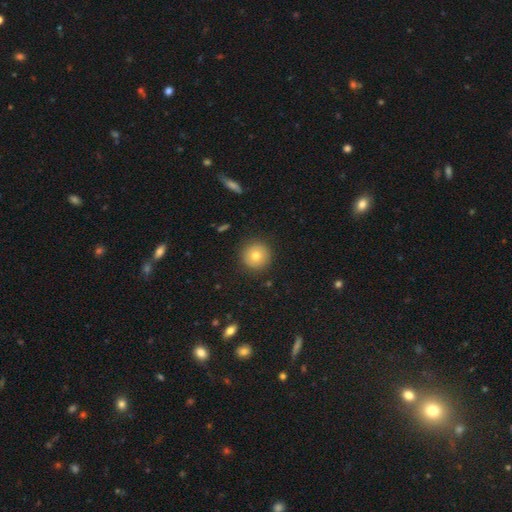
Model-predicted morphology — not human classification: The model was most divided on "smooth or featured": smooth: 76%, featured or disk: 14%, star or artifact: 10%. More confident: how rounded — round (95%); merging — none (90%).